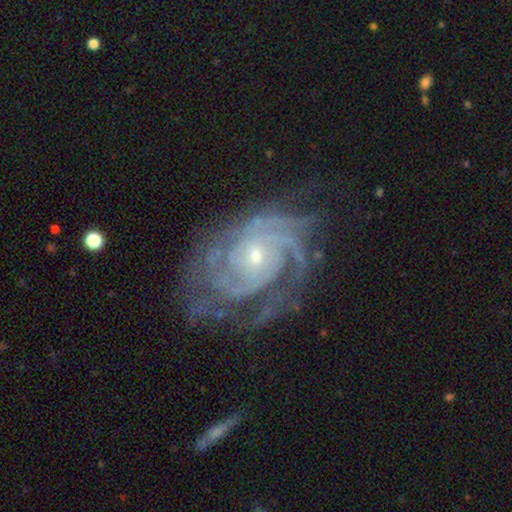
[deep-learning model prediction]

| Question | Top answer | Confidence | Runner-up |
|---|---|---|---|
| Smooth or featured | featured or disk | 90% | star or artifact (6%) |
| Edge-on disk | no | 97% | yes (3%) |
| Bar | no | 73% | weak (21%) |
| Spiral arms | yes | 98% | no (2%) |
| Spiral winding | tight | 73% | medium (23%) |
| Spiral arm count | can't tell | 23% | tied: 3 (23%) |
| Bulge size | small | 65% | moderate (32%) |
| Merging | none | 66% | minor disturbance (21%) |